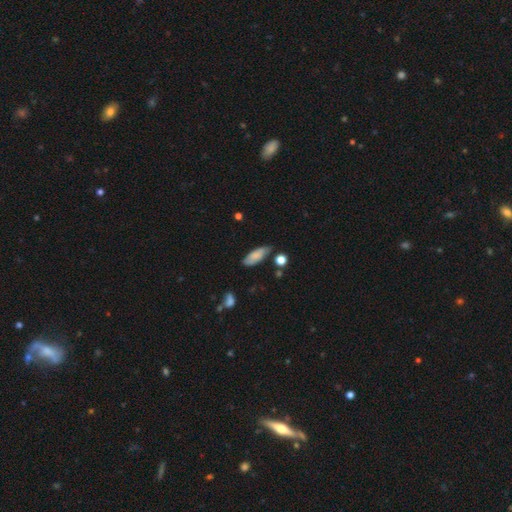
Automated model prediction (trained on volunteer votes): smooth_or_featured: smooth (p=0.74) [alt: featured or disk p=0.18]
how_rounded: in between (p=0.75) [alt: cigar-shaped p=0.23]
merging: none (p=0.68) [alt: minor disturbance p=0.24]